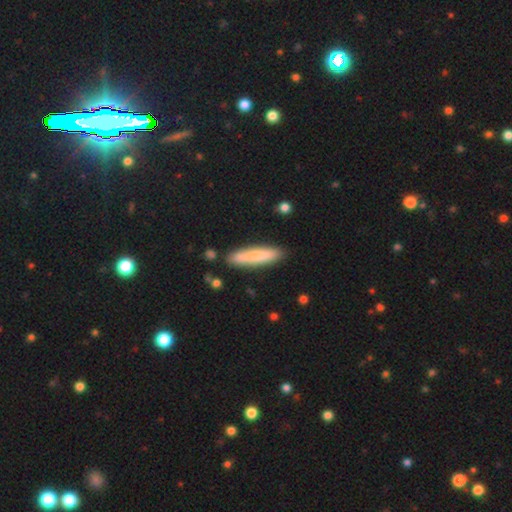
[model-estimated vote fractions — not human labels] Smooth or featured?
  - smooth: 80% *
  - featured or disk: 14%
  - star or artifact: 6%
How rounded?
  - cigar-shaped: 86% *
  - in between: 13%
  - round: 1%
Merging?
  - none: 84% *
  - minor disturbance: 11%
  - merger: 3%
  - major disturbance: 2%